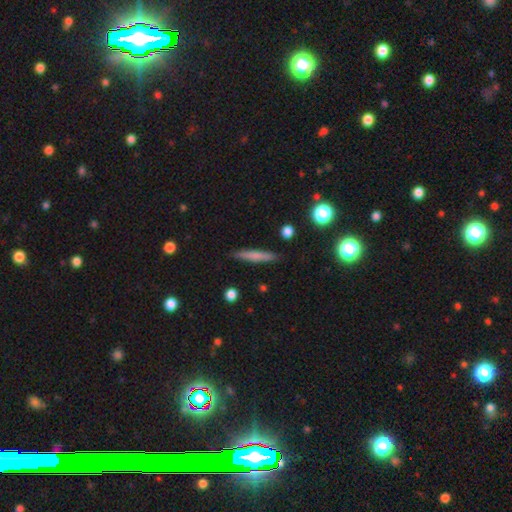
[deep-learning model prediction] A smooth galaxy with no disk features (65%) that is cigar-shaped (93%).

Vote fractions:
- Smooth or featured? smooth: 65% / featured or disk: 27% / star or artifact: 7%
- How rounded? cigar-shaped: 93% / in between: 5% / round: 2%
- Merging? none: 89% / minor disturbance: 8% / major disturbance: 2% / merger: 2%